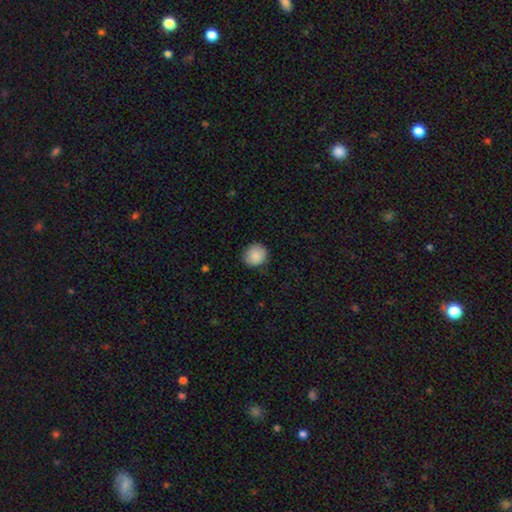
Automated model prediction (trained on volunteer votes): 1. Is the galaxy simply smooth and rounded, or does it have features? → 87% smooth, 7% star or artifact, 5% featured or disk.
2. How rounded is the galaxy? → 88% round, 11% in between, 1% cigar-shaped.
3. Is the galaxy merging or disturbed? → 84% none, 13% minor disturbance, 3% major disturbance, 1% merger.